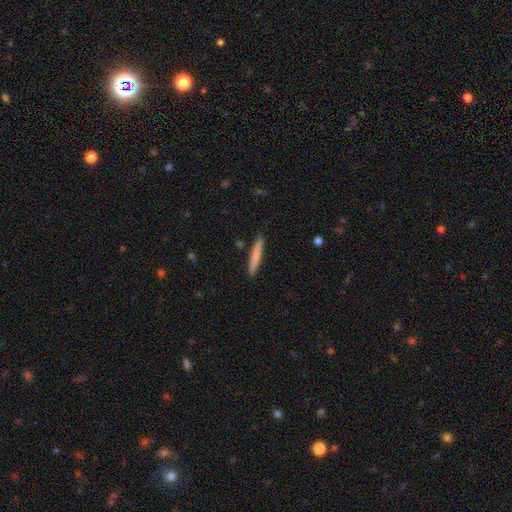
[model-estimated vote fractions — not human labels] A smooth galaxy with no disk features (74%) that is cigar-shaped (96%).

Vote fractions:
- Smooth or featured? smooth: 74% / featured or disk: 20% / star or artifact: 5%
- How rounded? cigar-shaped: 96% / in between: 3% / round: 1%
- Merging? none: 90% / minor disturbance: 7% / merger: 2% / major disturbance: 1%